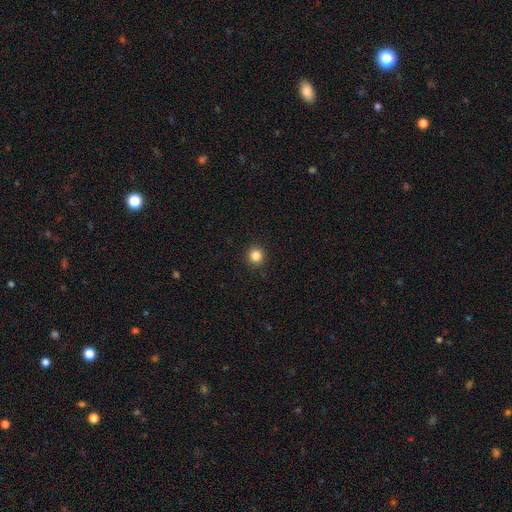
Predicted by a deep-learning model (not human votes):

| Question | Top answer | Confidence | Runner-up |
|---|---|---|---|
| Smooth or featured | smooth | 84% | star or artifact (12%) |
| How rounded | round | 95% | in between (4%) |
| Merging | none | 93% | minor disturbance (4%) |